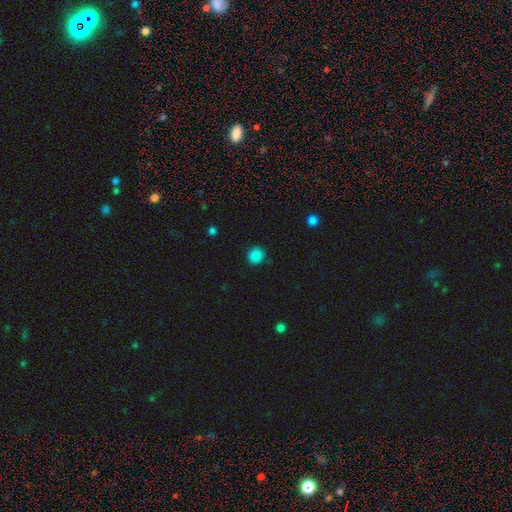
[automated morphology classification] Smooth or featured? Predicted: smooth (p=0.86). How rounded? Predicted: round (p=0.87). Merging? Predicted: none (p=0.90).